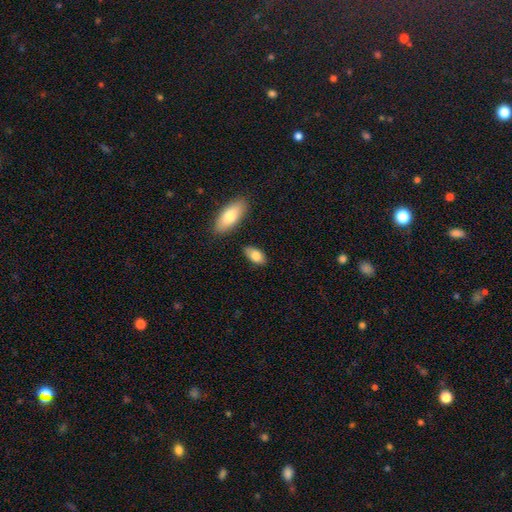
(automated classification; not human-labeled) This is clearly a smooth galaxy (83%). How rounded: clearly in between (91%). Merging: likely none (77%).